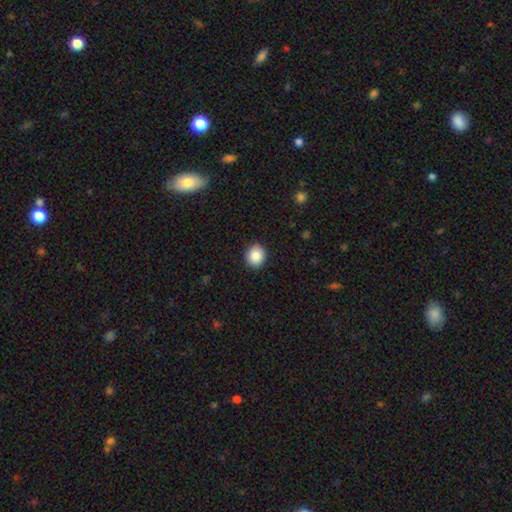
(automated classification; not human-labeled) Smooth or featured: smooth — 87% (star or artifact — 9%)
How rounded: round — 76% (in between — 23%)
Merging: none — 90% (minor disturbance — 7%)